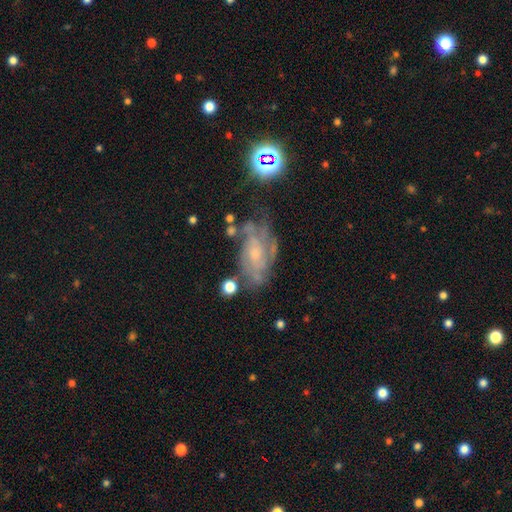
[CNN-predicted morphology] A featured or disk galaxy (70%) with no bar (69%), tight (48%) spiral arms (79%) and a small central bulge (56%).

Vote fractions:
- Smooth or featured? featured or disk: 70% / smooth: 17% / star or artifact: 13%
- Edge-on disk? no: 95% / yes: 5%
- Bar? no: 69% / weak: 26% / strong: 5%
- Spiral arms? yes: 79% / no: 21%
- Spiral winding? tight: 48% / medium: 38% / loose: 14%
- Spiral arm count? can't tell: 52% / 2: 17% / 3: 14% / 4: 8% / 1: 5% / more than 4: 4%
- Bulge size? small: 56% / moderate: 29% / none: 12% / large: 2% / dominant: 1%
- Merging? none: 52% / minor disturbance: 24% / major disturbance: 18% / merger: 7%